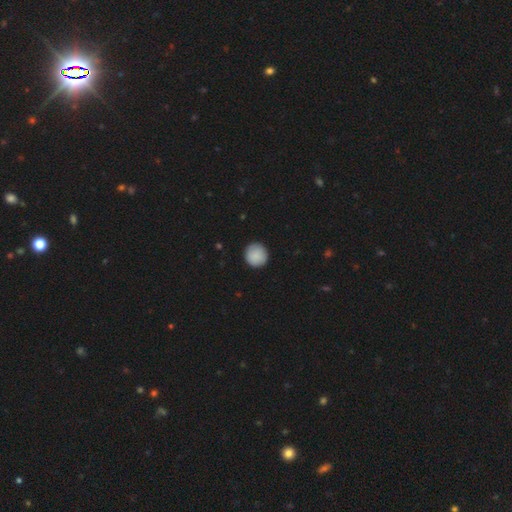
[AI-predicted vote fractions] This appears to be a smooth galaxy with no disk features (89%) that is round (94%). Merging: none (90%).